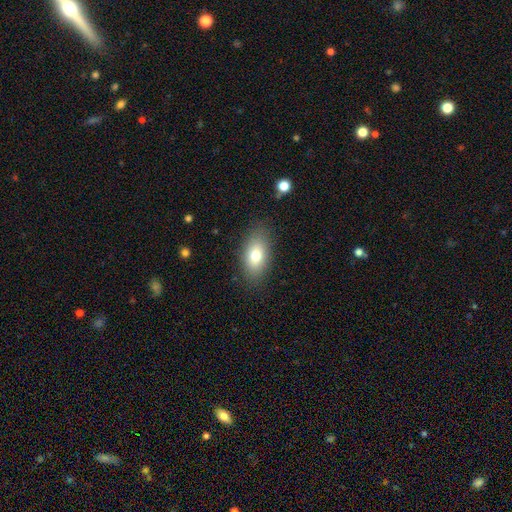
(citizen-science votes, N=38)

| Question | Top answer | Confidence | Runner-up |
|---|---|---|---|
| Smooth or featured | smooth | 74% | featured or disk (18%) |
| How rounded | in between | 89% | round (7%) |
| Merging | none | 77% | minor disturbance (14%) |